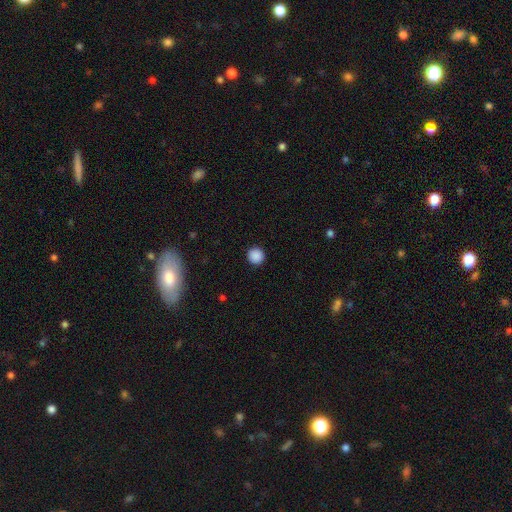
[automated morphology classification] smooth_or_featured: smooth (p=0.88) [alt: star or artifact p=0.10]
how_rounded: round (p=0.95) [alt: in between p=0.04]
merging: none (p=0.92) [alt: minor disturbance p=0.05]